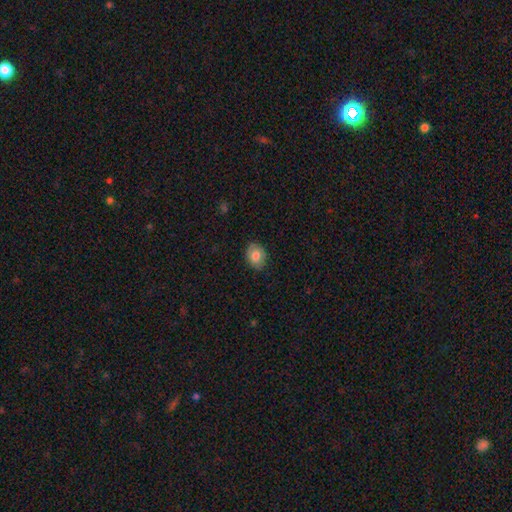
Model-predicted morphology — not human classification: smooth_or_featured: smooth (p=0.78) [alt: featured or disk p=0.14]
how_rounded: in between (p=0.61) [alt: round p=0.38]
merging: none (p=0.84) [alt: minor disturbance p=0.13]